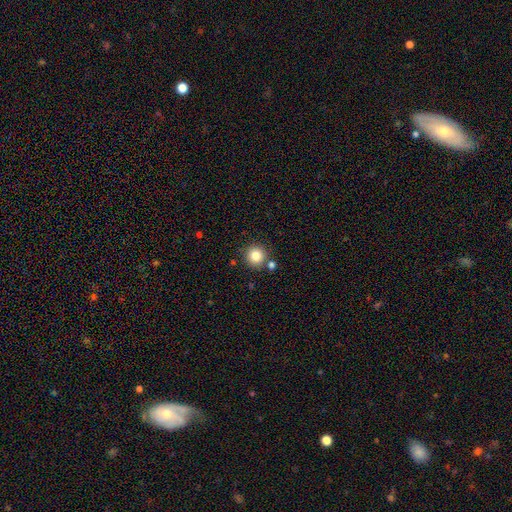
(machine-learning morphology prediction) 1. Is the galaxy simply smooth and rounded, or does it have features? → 83% smooth, 11% star or artifact, 6% featured or disk.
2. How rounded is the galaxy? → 94% round, 6% in between, 1% cigar-shaped.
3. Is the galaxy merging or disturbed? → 80% none, 9% merger, 8% minor disturbance, 3% major disturbance.